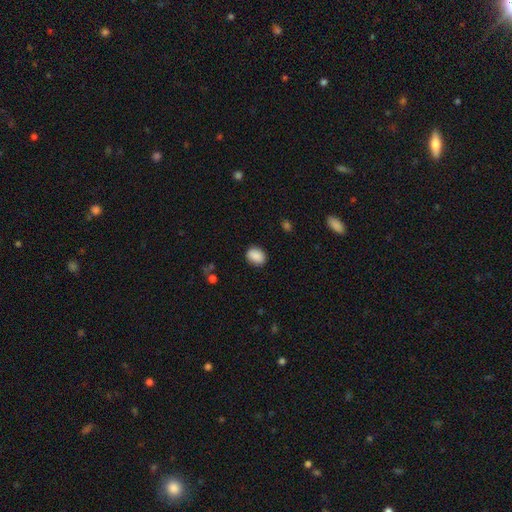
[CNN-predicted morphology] Overall: smooth (88%). How rounded: in between (62%; round 37%). Merging: none (85%).